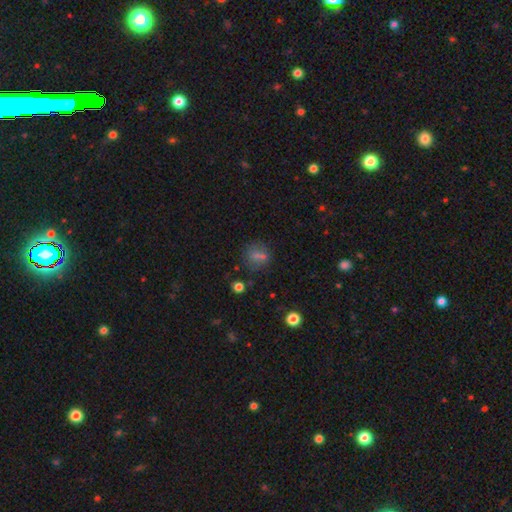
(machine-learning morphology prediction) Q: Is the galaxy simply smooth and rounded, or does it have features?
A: smooth — 59%.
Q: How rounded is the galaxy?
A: round — 69%.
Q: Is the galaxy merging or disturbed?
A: none — 74%.